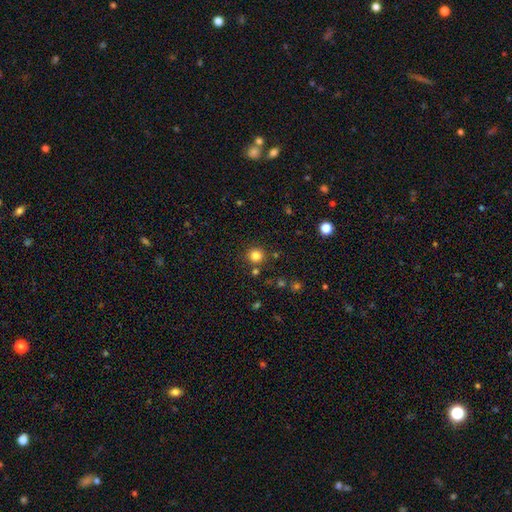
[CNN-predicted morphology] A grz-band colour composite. It shows a smooth galaxy with no disk features (81%) that is round (93%). Merging: none (86%).